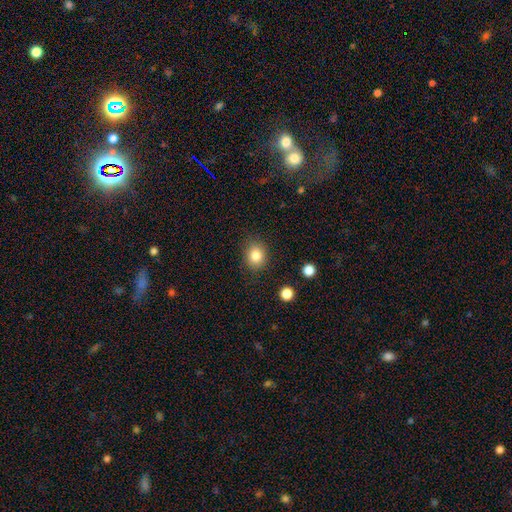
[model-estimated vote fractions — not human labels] A smooth galaxy with no disk features (83%) that is round (70%).

Vote fractions:
- Smooth or featured? smooth: 83% / star or artifact: 10% / featured or disk: 6%
- How rounded? round: 70% / in between: 29% / cigar-shaped: 1%
- Merging? none: 85% / minor disturbance: 11% / major disturbance: 3% / merger: 2%